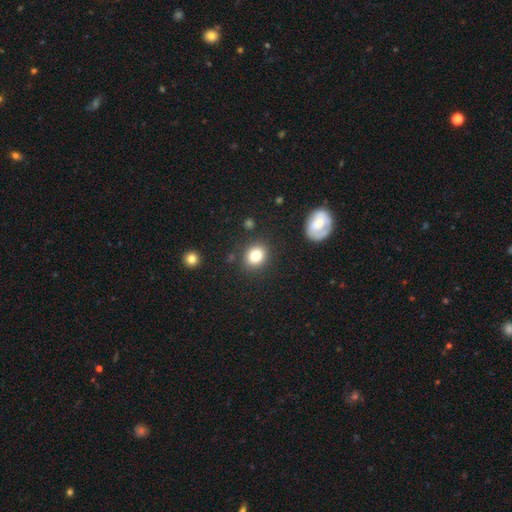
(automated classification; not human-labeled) This is clearly a smooth galaxy (82%). How rounded: likely round (69%). Merging: clearly none (85%).